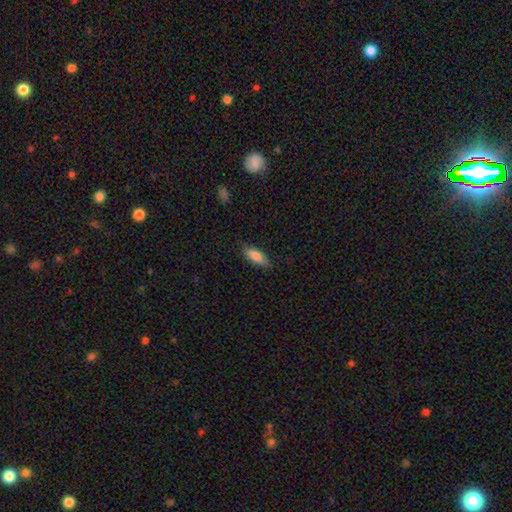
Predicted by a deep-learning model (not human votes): The model was most divided on "how rounded": in between: 67%, cigar-shaped: 31%, round: 2%. More confident: smooth or featured — smooth (84%); merging — none (82%).